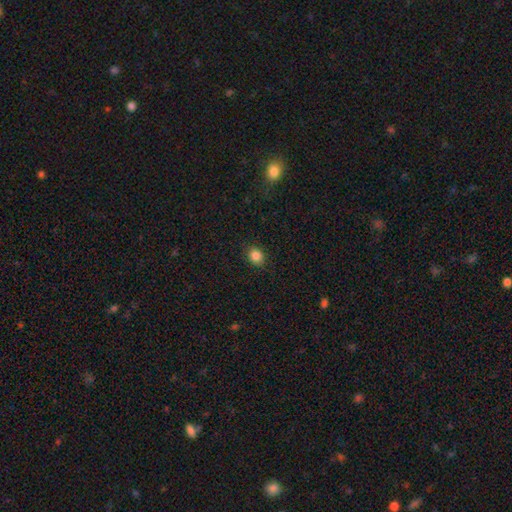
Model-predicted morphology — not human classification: type=smooth (85%); roundness=round (62%); merging=none (88%).